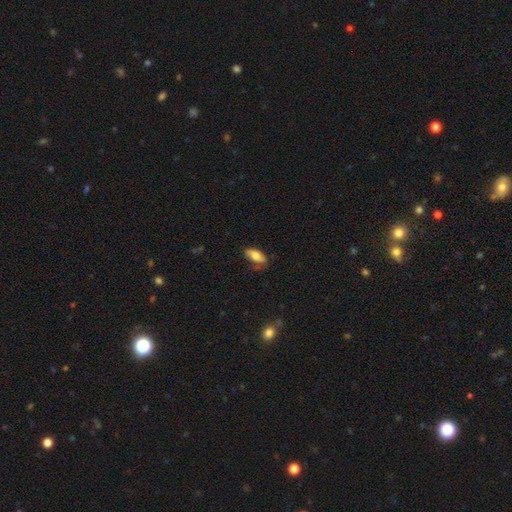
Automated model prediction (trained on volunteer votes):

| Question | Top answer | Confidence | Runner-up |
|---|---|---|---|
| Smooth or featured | smooth | 72% | featured or disk (21%) |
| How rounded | in between | 87% | cigar-shaped (10%) |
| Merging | none | 62% | minor disturbance (27%) |